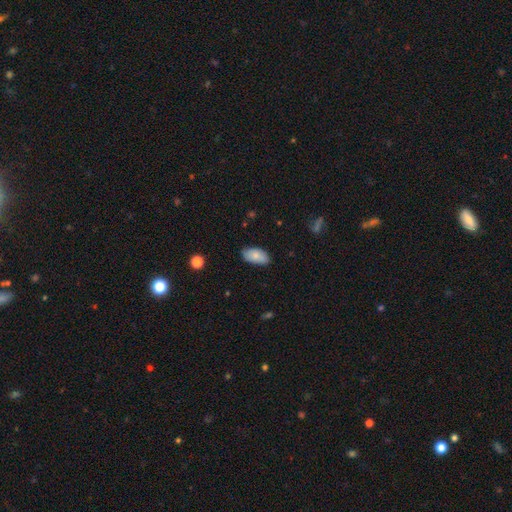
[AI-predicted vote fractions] Overall: smooth (81%). How rounded: in between (95%). Merging: none (80%).